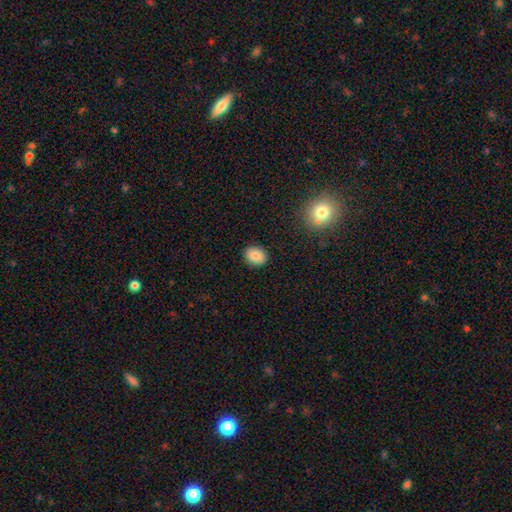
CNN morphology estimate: smooth-or-featured: smooth: 85% | star or artifact: 9% | featured or disk: 6%
  how-rounded: in between: 50% | round: 49% | cigar-shaped: 1%
  merging: none: 90% | minor disturbance: 7% | major disturbance: 2% | merger: 1%